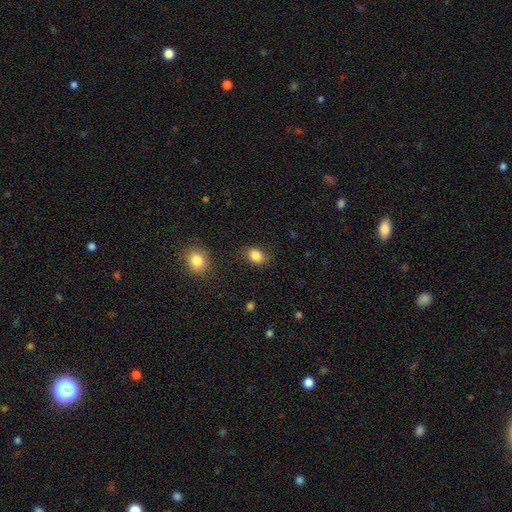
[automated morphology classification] This is clearly a smooth galaxy (85%). How rounded: likely in between (68%). Merging: likely none (79%).